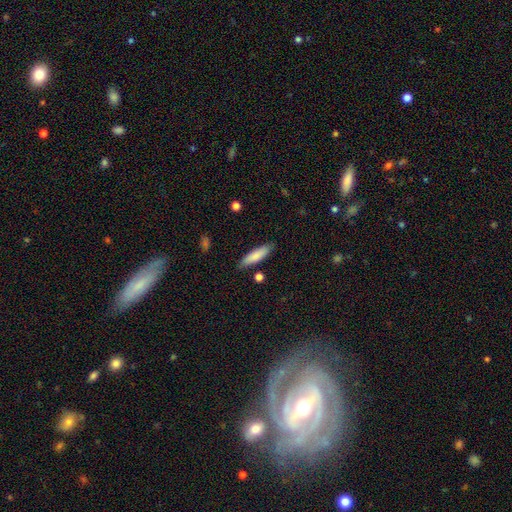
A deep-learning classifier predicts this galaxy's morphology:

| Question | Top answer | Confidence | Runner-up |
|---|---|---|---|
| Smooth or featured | smooth | 83% | featured or disk (11%) |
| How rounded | cigar-shaped | 69% | in between (29%) |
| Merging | none | 83% | minor disturbance (12%) |